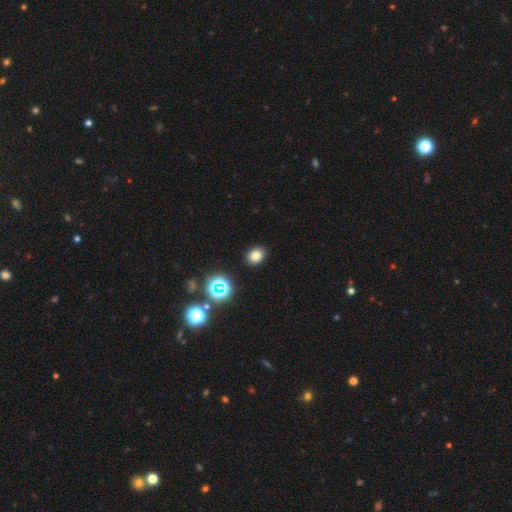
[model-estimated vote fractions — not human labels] smooth 77%, star or artifact 16%, featured or disk 7%. Down the decision tree: how rounded — in between (56%); merging — none (90%).